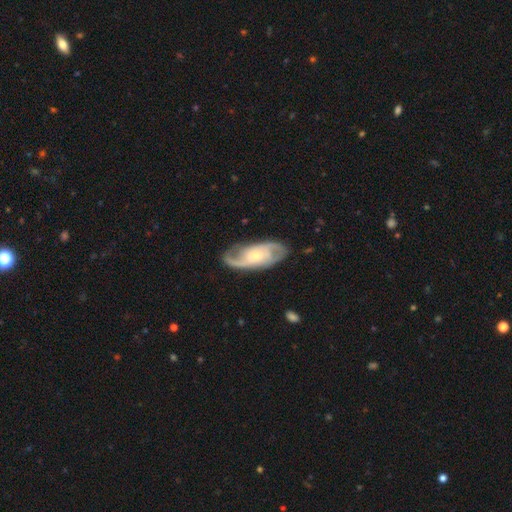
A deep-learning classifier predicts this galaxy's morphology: smooth-or-featured: featured or disk: 84% | smooth: 11% | star or artifact: 5%
  disk-edge-on: no: 95% | yes: 5%
    bar: no: 56% | weak: 35% | strong: 8%
    has-spiral-arms: yes: 96% | no: 4%
      spiral-winding: medium: 50% | tight: 28% | loose: 22%
      spiral-arm-count: 2: 74% | can't tell: 9% | 3: 9% | 1: 4% | 4: 2% | more than 4: 2%
    bulge-size: small: 51% | moderate: 38% | large: 5% | none: 4% | dominant: 1%
  merging: none: 77% | minor disturbance: 16% | major disturbance: 6% | merger: 1%